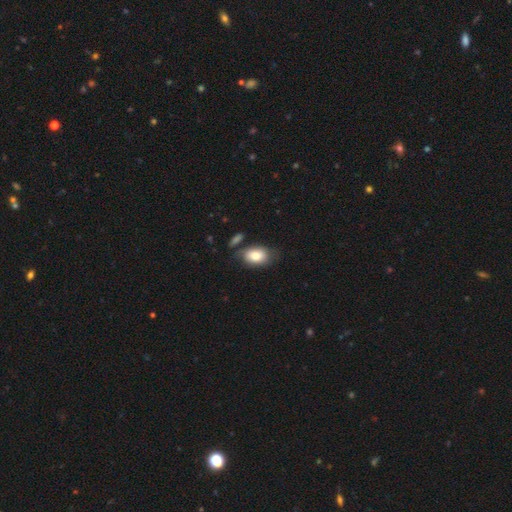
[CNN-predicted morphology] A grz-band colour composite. It shows a smooth galaxy with no disk features (82%) that is in between round and cigar-shaped (87%). Merging: none (58%).